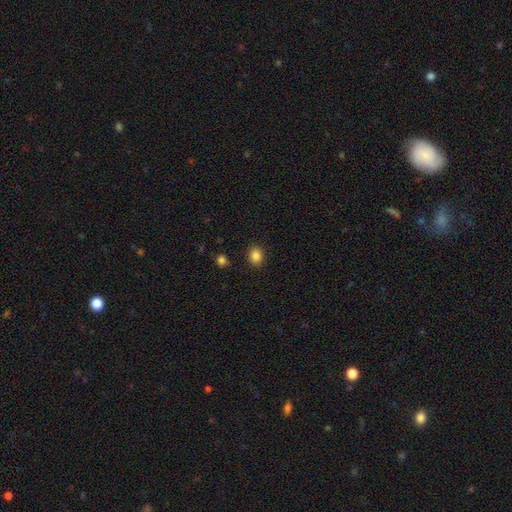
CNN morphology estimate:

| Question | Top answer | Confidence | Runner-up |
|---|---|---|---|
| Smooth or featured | smooth | 86% | star or artifact (10%) |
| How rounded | round | 62% | in between (37%) |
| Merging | none | 89% | minor disturbance (7%) |